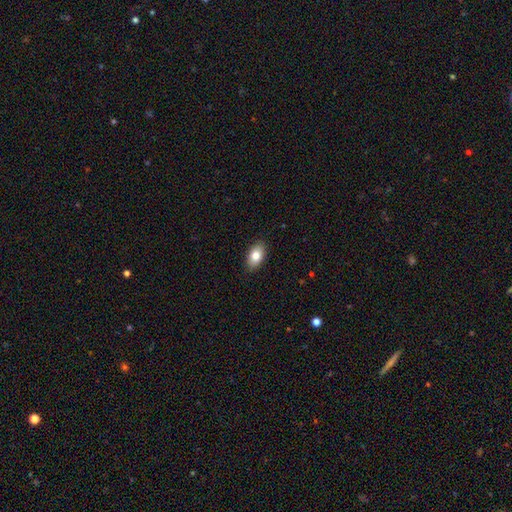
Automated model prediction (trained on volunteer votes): A smooth galaxy with no disk features (82%) that is in between round and cigar-shaped (92%).

Vote fractions:
- Smooth or featured? smooth: 82% / featured or disk: 11% / star or artifact: 7%
- How rounded? in between: 92% / round: 6% / cigar-shaped: 2%
- Merging? none: 88% / minor disturbance: 9% / major disturbance: 2% / merger: 1%